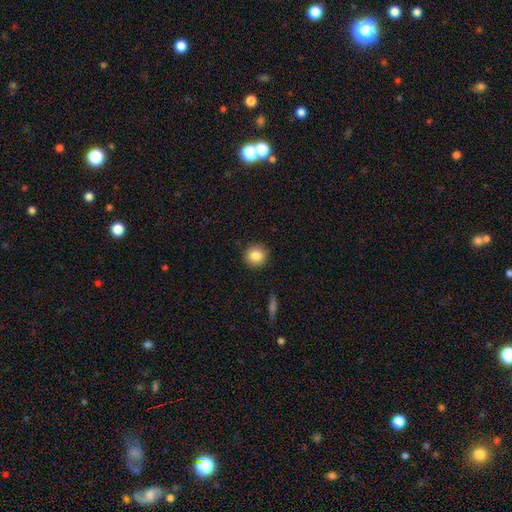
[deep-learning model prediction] The model was most divided on "smooth or featured": smooth: 85%, star or artifact: 9%, featured or disk: 6%. More confident: how rounded — round (93%); merging — none (90%).